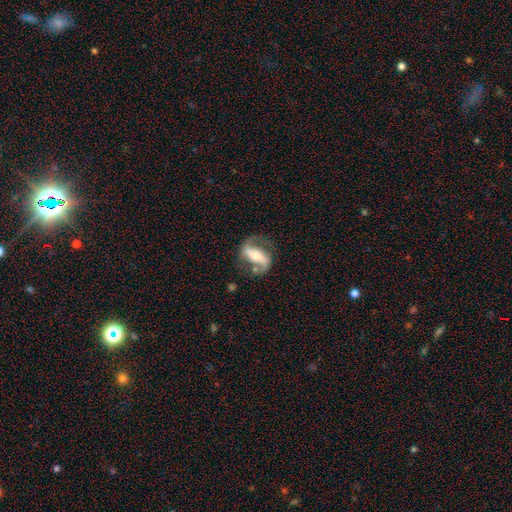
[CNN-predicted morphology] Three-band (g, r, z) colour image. It shows a featured or disk galaxy (83%) with a strong bar (63%), 2 (89%) medium (43%) spiral arms (91%) and a moderate central bulge (55%). Merging: none (70%).